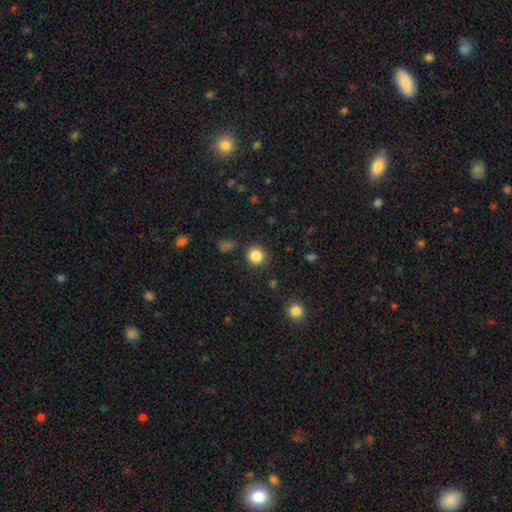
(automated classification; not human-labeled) A smooth galaxy with no disk features (85%) that is round (91%).

Vote fractions:
- Smooth or featured? smooth: 85% / star or artifact: 11% / featured or disk: 4%
- How rounded? round: 91% / in between: 8% / cigar-shaped: 1%
- Merging? none: 88% / minor disturbance: 7% / major disturbance: 3% / merger: 2%